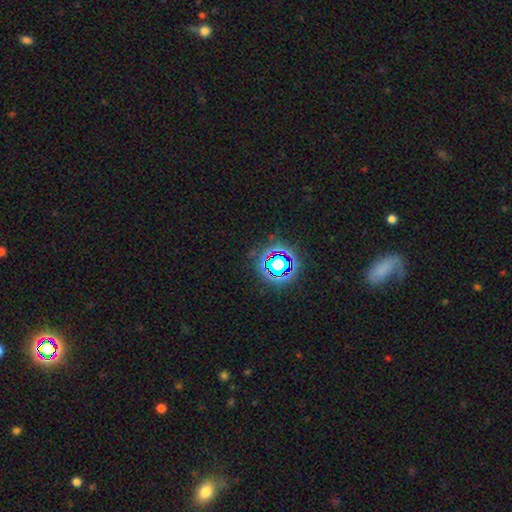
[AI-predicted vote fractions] This is likely a star or artifact rather than a galaxy (75%).